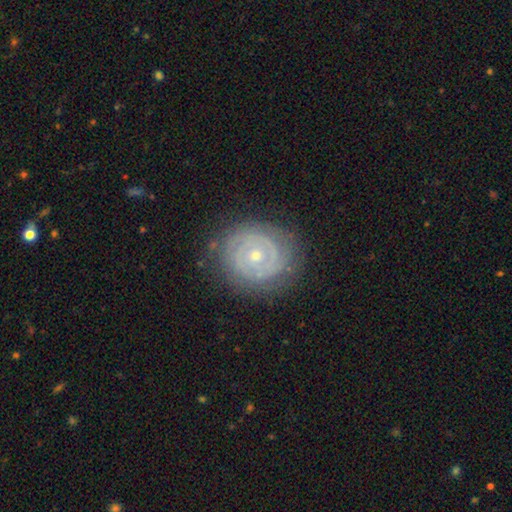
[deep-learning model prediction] The model was most divided on "spiral arm count": can't tell: 37%, 2: 35%, 3: 13%, 1: 6%, 4: 5%, more than 4: 4%. More confident: edge-on disk — no (97%); bar — no (83%); merging — none (80%); spiral winding — tight (80%); smooth or featured — featured or disk (75%); spiral arms — yes (75%); bulge size — small (62%).